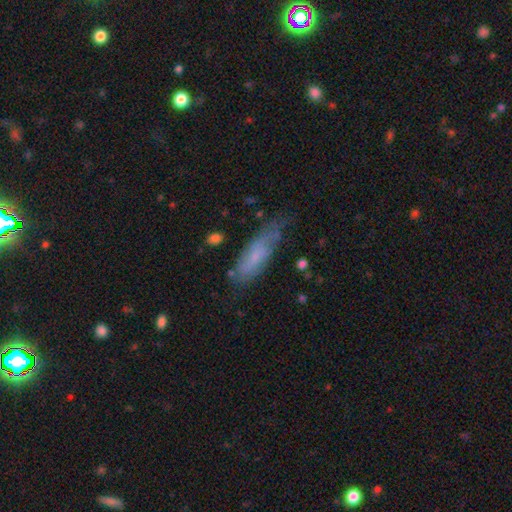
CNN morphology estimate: Smooth or featured: smooth — 54% (featured or disk — 39%)
How rounded: in between — 51% (cigar-shaped — 47%)
Merging: none — 56% (minor disturbance — 30%)